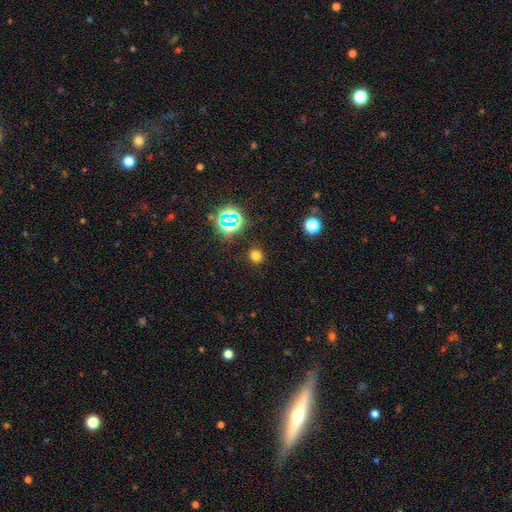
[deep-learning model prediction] Smooth or featured? smooth (70%)
How rounded? round (86%)
Merging? none (88%)